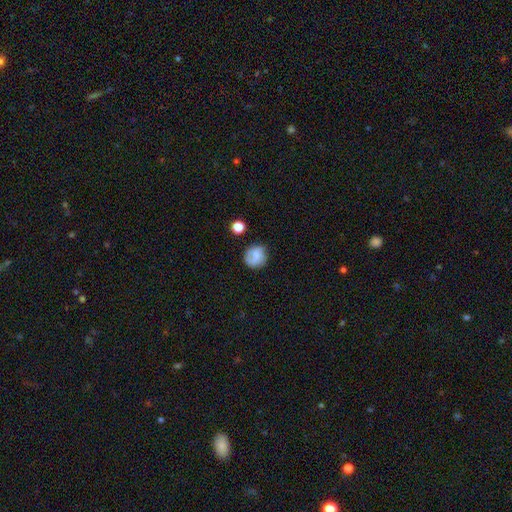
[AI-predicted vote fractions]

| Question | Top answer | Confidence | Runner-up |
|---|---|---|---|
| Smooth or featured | smooth | 61% | featured or disk (30%) |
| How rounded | round | 85% | in between (14%) |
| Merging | none | 72% | minor disturbance (18%) |